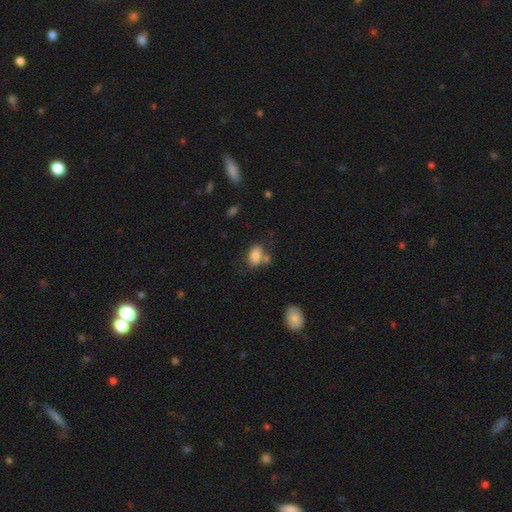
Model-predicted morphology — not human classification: This appears to be a smooth galaxy with no disk features (83%) that is in between round and cigar-shaped (88%). Merging: none (55%).